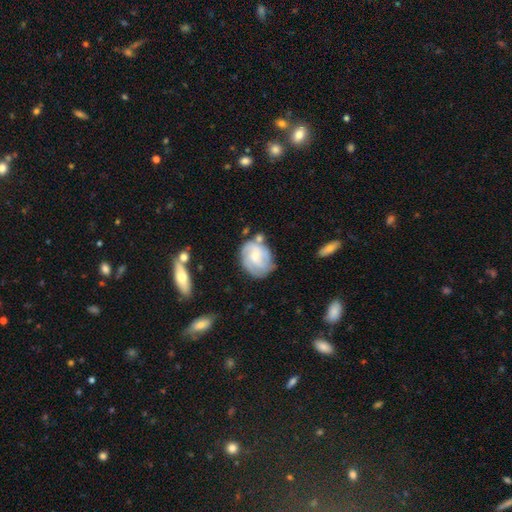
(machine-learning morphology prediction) The model was most divided on "spiral arm count": can't tell: 39%, 3: 25%, 2: 19%, 4: 9%, 1: 4%, more than 4: 4%. More confident: edge-on disk — no (97%); spiral arms — yes (82%); smooth or featured — featured or disk (62%); bar — no (62%); merging — none (60%); bulge size — small (56%); spiral winding — tight (52%).